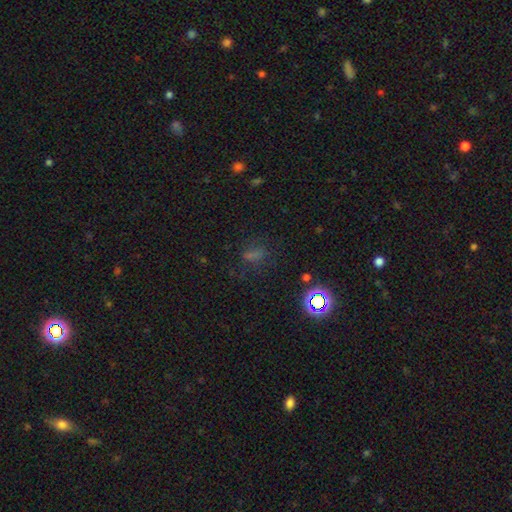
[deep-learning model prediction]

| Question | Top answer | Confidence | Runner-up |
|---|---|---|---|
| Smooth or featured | star or artifact | 46% | smooth (42%) |